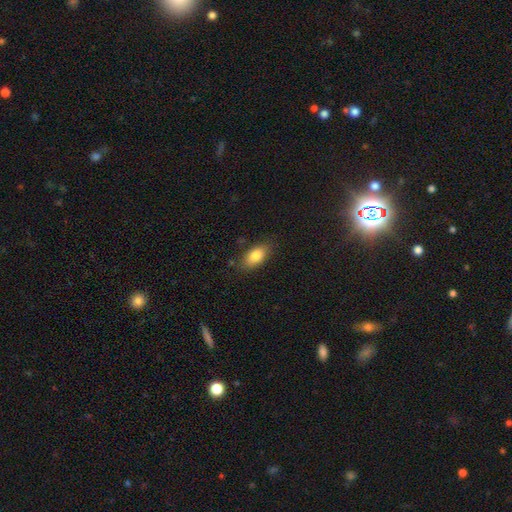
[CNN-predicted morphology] Smooth or featured?
  - smooth: 83% *
  - featured or disk: 10%
  - star or artifact: 8%
How rounded?
  - in between: 88% *
  - cigar-shaped: 7%
  - round: 5%
Merging?
  - none: 80% *
  - minor disturbance: 15%
  - major disturbance: 3%
  - merger: 2%